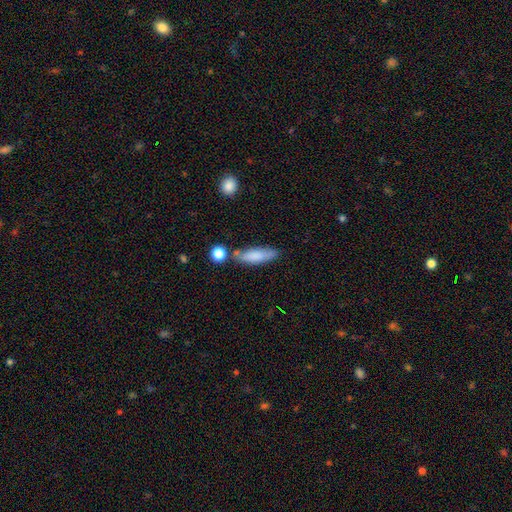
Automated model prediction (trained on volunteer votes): smooth-or-featured: smooth: 80% | featured or disk: 13% | star or artifact: 7%
  how-rounded: cigar-shaped: 55% | in between: 43% | round: 3%
  merging: none: 68% | minor disturbance: 17% | merger: 10% | major disturbance: 4%